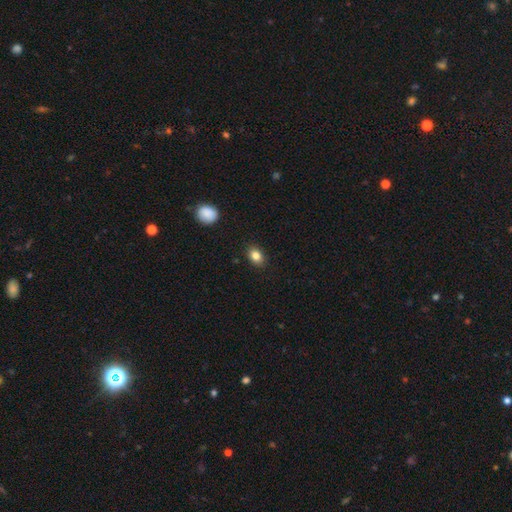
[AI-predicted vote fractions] Overall: smooth (83%). How rounded: in between (75%). Merging: none (89%).